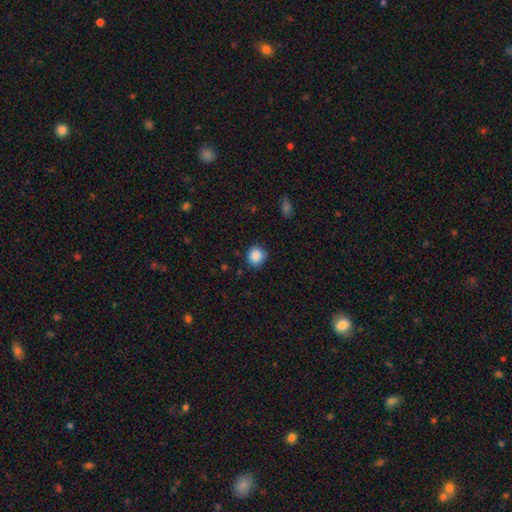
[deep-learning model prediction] Smooth or featured: smooth — 88% (star or artifact — 9%)
How rounded: round — 85% (in between — 14%)
Merging: none — 81% (minor disturbance — 15%)